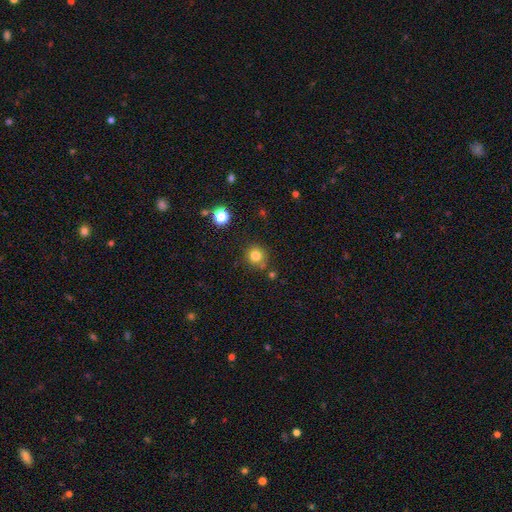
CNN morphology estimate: Q: Smooth or featured?
A: smooth (80%); runner-up: star or artifact (13%)
Q: How rounded?
A: round (91%); runner-up: in between (8%)
Q: Merging?
A: none (77%); runner-up: minor disturbance (13%)